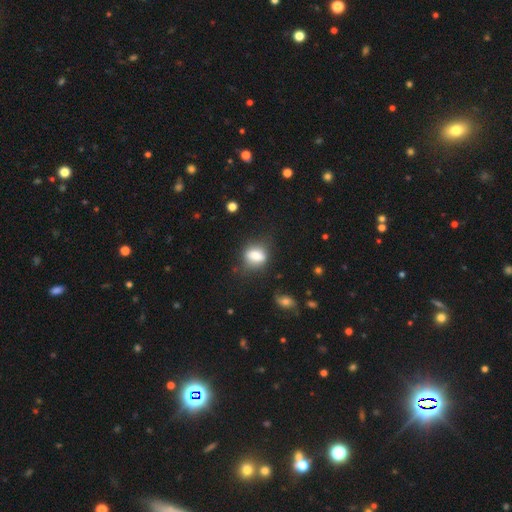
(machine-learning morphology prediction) Smooth or featured: smooth — 77% (featured or disk — 13%)
How rounded: in between — 61% (round — 36%)
Merging: none — 63% (minor disturbance — 24%)